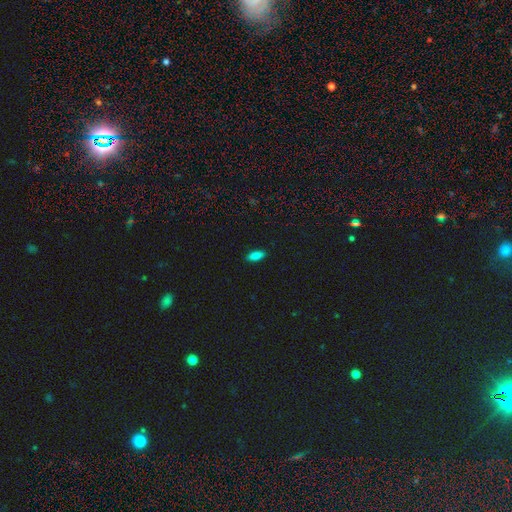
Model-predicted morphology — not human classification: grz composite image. It shows a smooth galaxy with no disk features (83%) that is in between round and cigar-shaped (83%). Merging: none (89%).